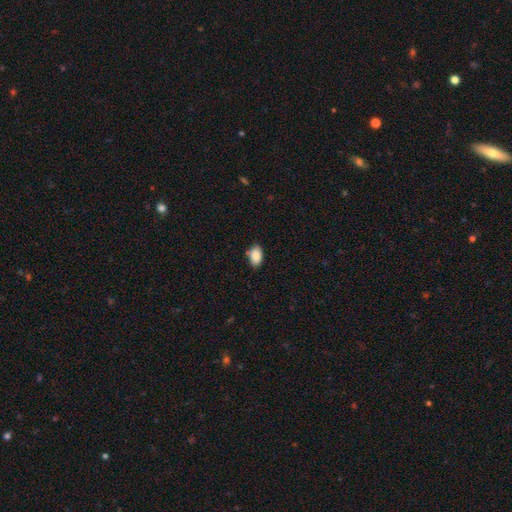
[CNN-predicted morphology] smooth_or_featured: smooth (p=0.88) [alt: star or artifact p=0.07]
how_rounded: in between (p=0.90) [alt: round p=0.08]
merging: none (p=0.78) [alt: minor disturbance p=0.16]